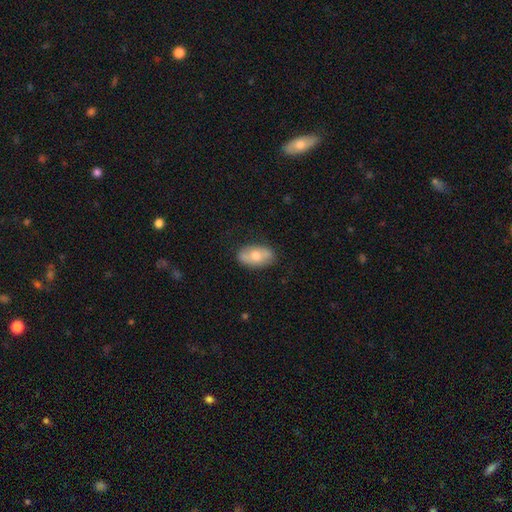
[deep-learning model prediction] Smooth or featured?
  - smooth: 63% *
  - featured or disk: 31%
  - star or artifact: 6%
How rounded?
  - in between: 90% *
  - round: 8%
  - cigar-shaped: 2%
Merging?
  - none: 81% *
  - minor disturbance: 14%
  - major disturbance: 3%
  - merger: 2%